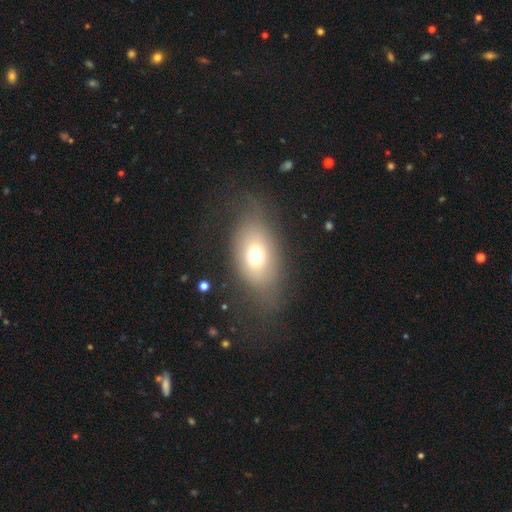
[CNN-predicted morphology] A smooth galaxy with no disk features (65%) that is in between round and cigar-shaped (76%). Merging: none (64%).